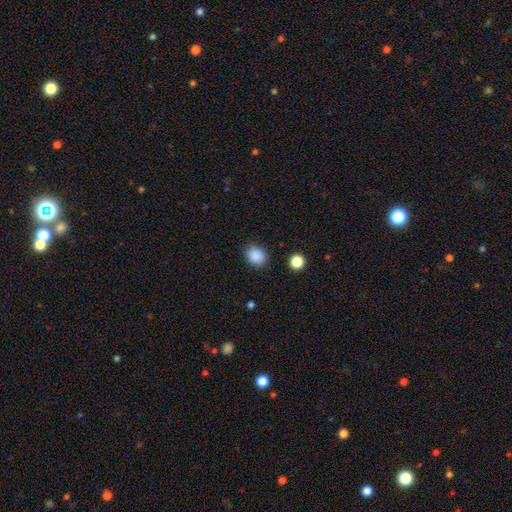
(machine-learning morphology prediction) smooth-or-featured: smooth: 87% | star or artifact: 9% | featured or disk: 3%
  how-rounded: round: 62% | in between: 37% | cigar-shaped: 1%
  merging: none: 86% | minor disturbance: 10% | major disturbance: 3% | merger: 2%